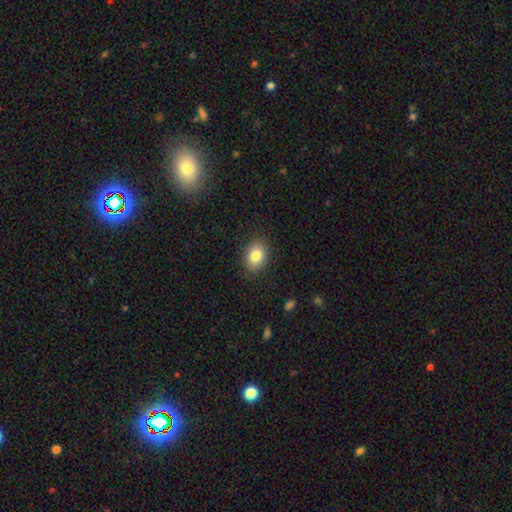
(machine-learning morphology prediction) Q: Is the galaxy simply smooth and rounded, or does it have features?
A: smooth — 83%.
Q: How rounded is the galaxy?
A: in between — 71%.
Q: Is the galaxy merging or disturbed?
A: none — 87%.